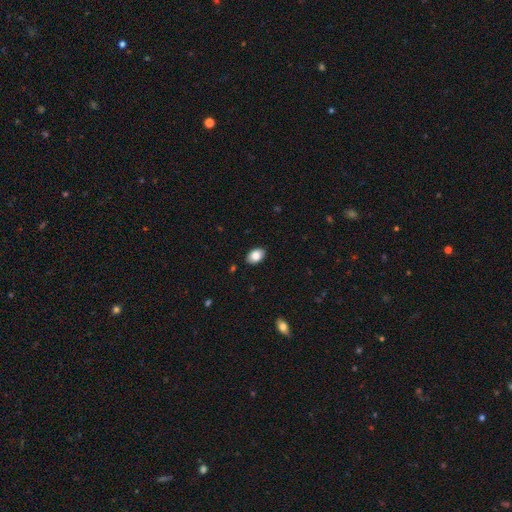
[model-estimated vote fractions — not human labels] Smooth or featured: smooth — 84% (featured or disk — 8%)
How rounded: in between — 88% (round — 11%)
Merging: none — 89% (minor disturbance — 8%)